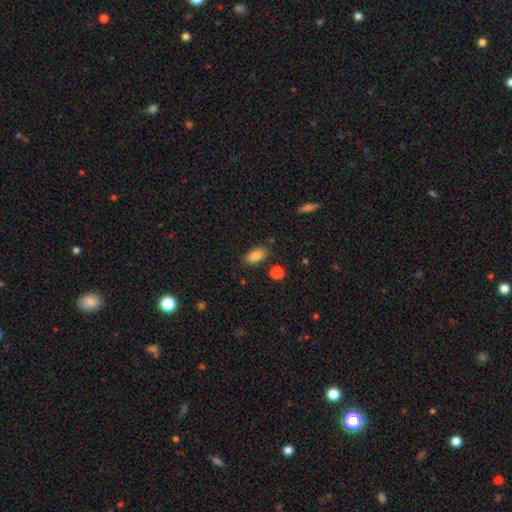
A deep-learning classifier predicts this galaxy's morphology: A smooth galaxy with no disk features (86%) that is in between round and cigar-shaped (88%).

Vote fractions:
- Smooth or featured? smooth: 86% / star or artifact: 9% / featured or disk: 6%
- How rounded? in between: 88% / cigar-shaped: 7% / round: 5%
- Merging? none: 82% / minor disturbance: 12% / major disturbance: 3% / merger: 3%